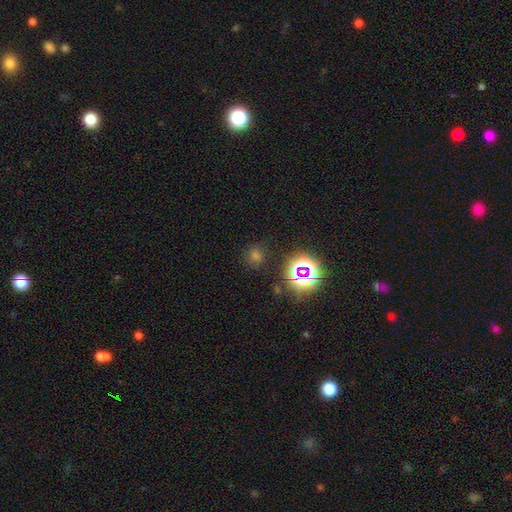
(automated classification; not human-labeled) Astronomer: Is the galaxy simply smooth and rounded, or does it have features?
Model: smooth — 52% (runner-up: star or artifact, 40%).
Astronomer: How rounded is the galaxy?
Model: round — 85%.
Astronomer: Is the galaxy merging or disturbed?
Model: none — 83%.